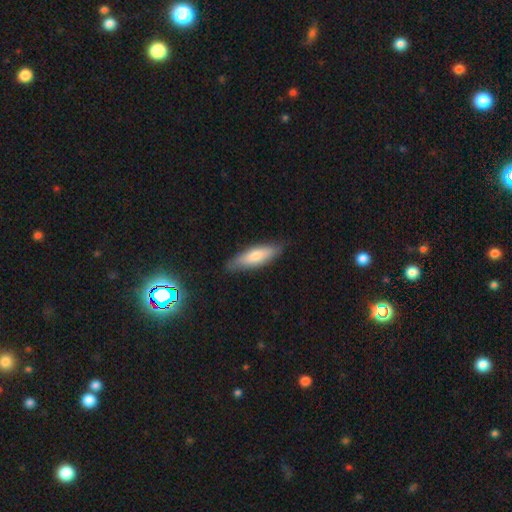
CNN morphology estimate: This appears to be a smooth galaxy with no disk features (68%) that is cigar-shaped (59%). Merging: none (82%).